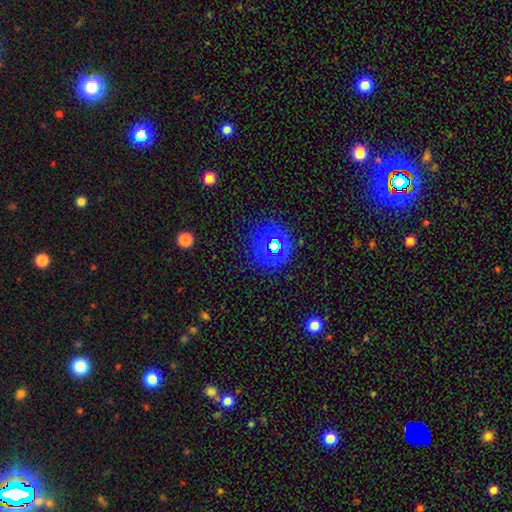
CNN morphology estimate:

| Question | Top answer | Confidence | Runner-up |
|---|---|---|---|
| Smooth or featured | smooth | 49% | star or artifact (44%) |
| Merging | none | 88% | minor disturbance (6%) |